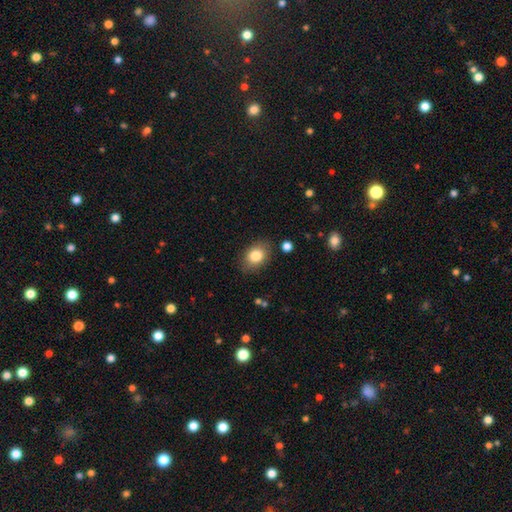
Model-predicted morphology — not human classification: Smooth or featured? Predicted: smooth (p=0.82). How rounded? Predicted: in between (p=0.73). Merging? Predicted: none (p=0.82).